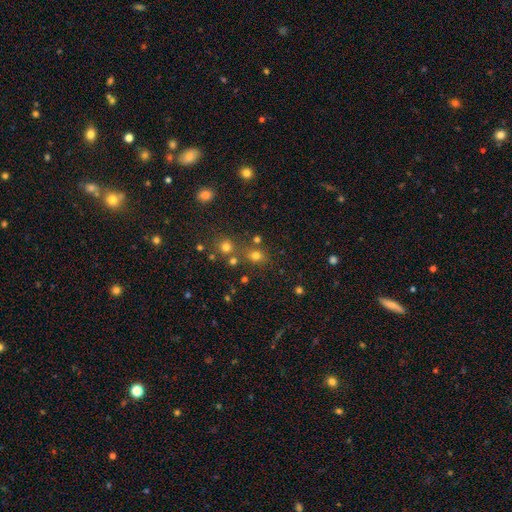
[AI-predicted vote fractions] Overall: smooth (65%; star or artifact 27%). How rounded: round (72%). Merging: none (68%).